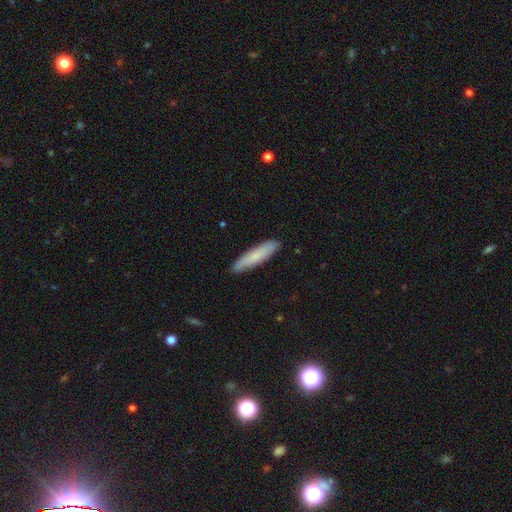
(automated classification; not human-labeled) This appears to be a smooth galaxy with no disk features (78%) that is cigar-shaped (80%). Merging: none (89%).